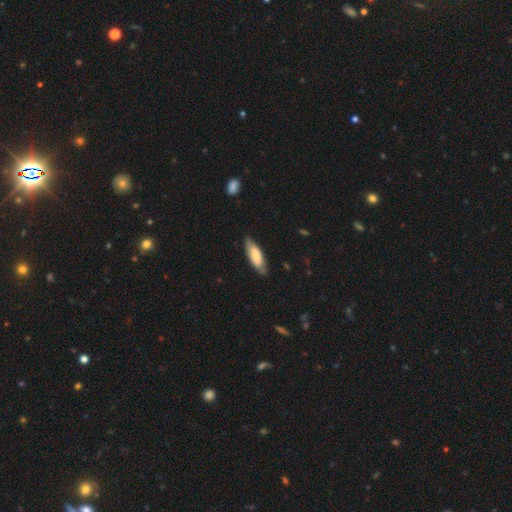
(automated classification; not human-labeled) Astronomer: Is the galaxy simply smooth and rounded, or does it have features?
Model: smooth — 71%.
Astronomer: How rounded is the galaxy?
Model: in between — 59% (runner-up: cigar-shaped, 39%).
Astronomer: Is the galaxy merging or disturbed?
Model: none — 79%.